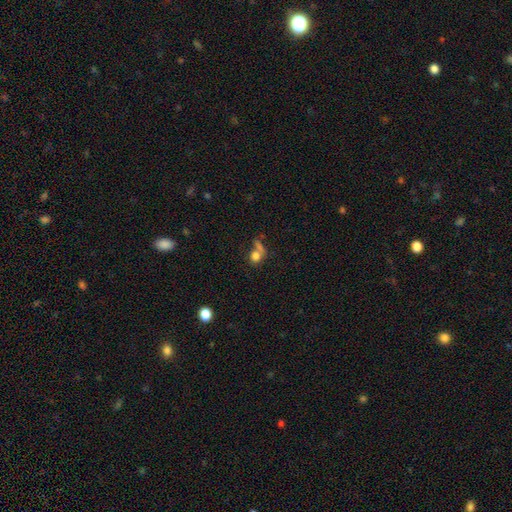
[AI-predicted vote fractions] Smooth or featured? Predicted: smooth (p=0.75). How rounded? Predicted: round (p=0.69). Merging? Predicted: none (p=0.42).